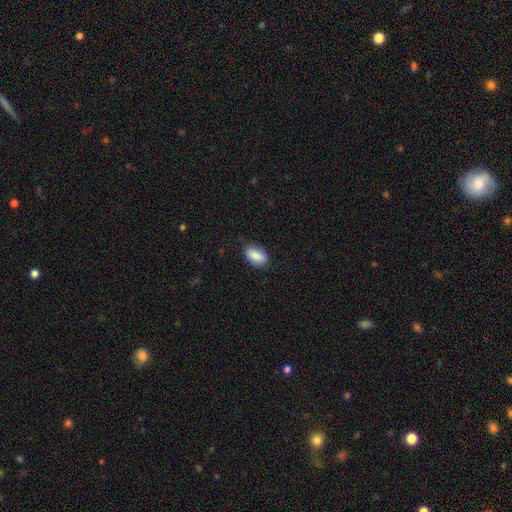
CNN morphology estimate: This is clearly a smooth galaxy (89%). How rounded: clearly in between (92%). Merging: likely none (79%).